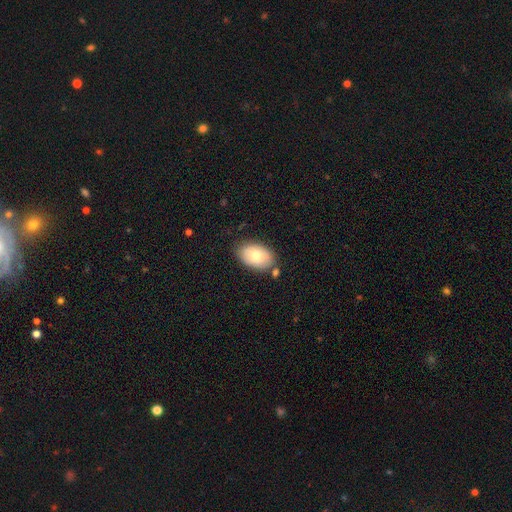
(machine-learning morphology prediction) Smooth or featured: smooth — 79% (featured or disk — 15%)
How rounded: in between — 91% (round — 8%)
Merging: none — 76% (minor disturbance — 16%)